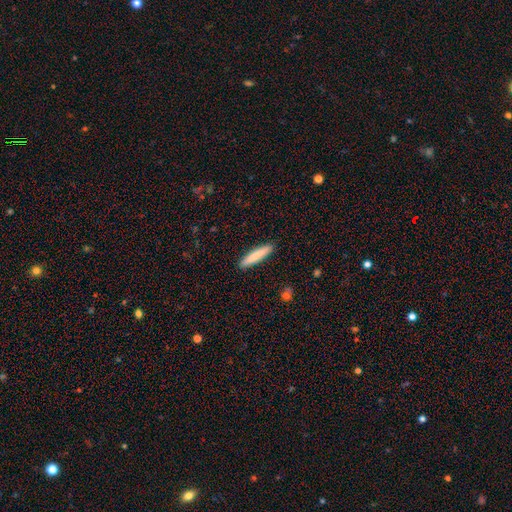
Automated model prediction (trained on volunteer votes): Overall: smooth (81%). How rounded: cigar-shaped (91%). Merging: none (91%).